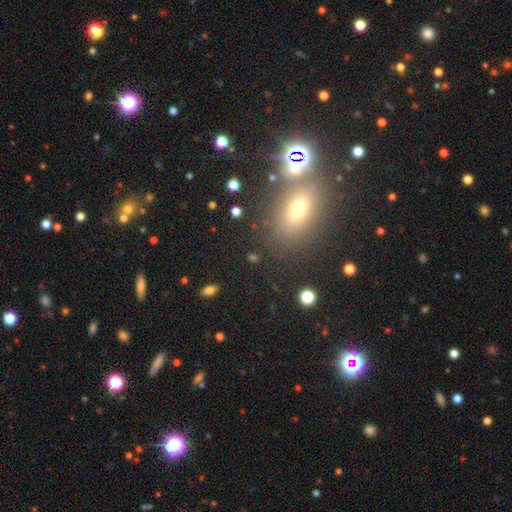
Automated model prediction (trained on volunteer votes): smooth-or-featured: smooth: 48% | star or artifact: 39% | featured or disk: 13%
  merging: none: 73% | minor disturbance: 11% | merger: 10% | major disturbance: 6%